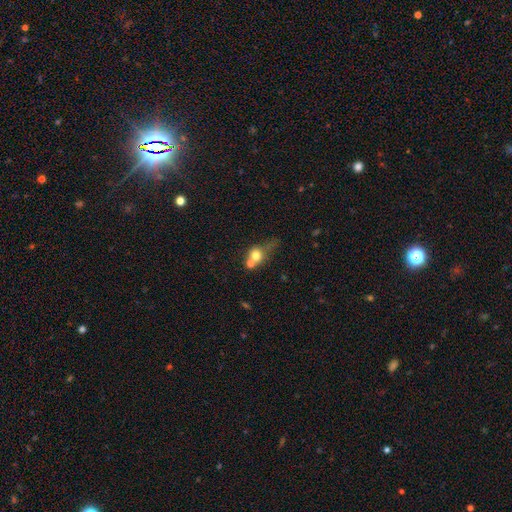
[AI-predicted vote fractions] The model was most divided on "merging": merger: 47%, none: 30%, minor disturbance: 13%, major disturbance: 11%. More confident: how rounded — round (72%); smooth or featured — smooth (70%).